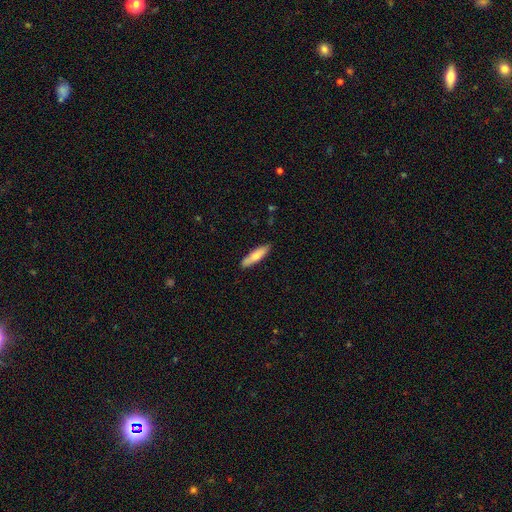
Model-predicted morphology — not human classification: Smooth or featured? Predicted: smooth (p=0.74). How rounded? Predicted: cigar-shaped (p=0.71). Merging? Predicted: none (p=0.86).